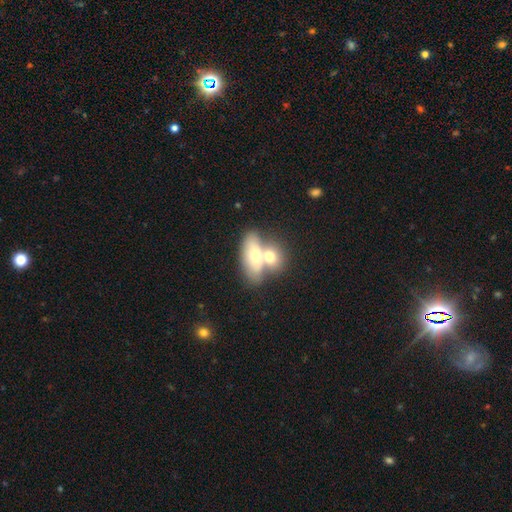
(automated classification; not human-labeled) smooth-or-featured: smooth: 63% | featured or disk: 30% | star or artifact: 7%
  how-rounded: in between: 79% | round: 14% | cigar-shaped: 7%
  merging: merger: 67% | none: 22% | minor disturbance: 7% | major disturbance: 4%